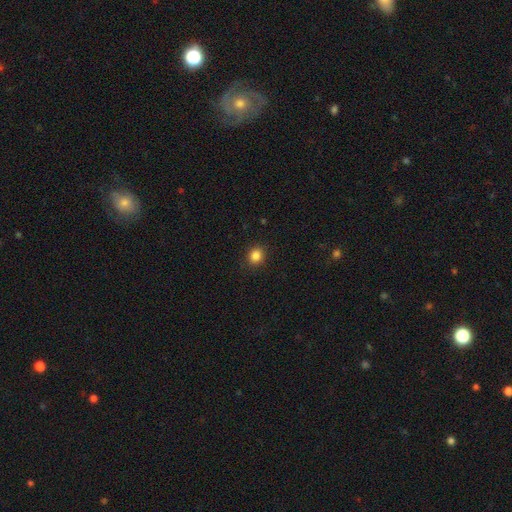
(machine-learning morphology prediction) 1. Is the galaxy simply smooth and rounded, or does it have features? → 85% smooth, 11% star or artifact, 4% featured or disk.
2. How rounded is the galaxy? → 75% round, 24% in between, 1% cigar-shaped.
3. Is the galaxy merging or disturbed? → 90% none, 7% minor disturbance, 2% major disturbance, 1% merger.